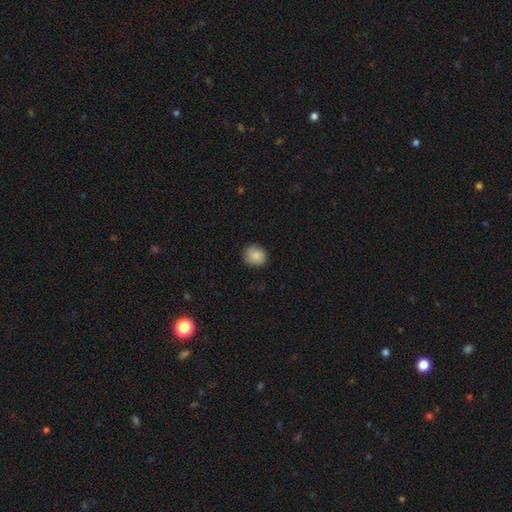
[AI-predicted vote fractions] A smooth galaxy with no disk features (87%) that is round (84%).

Vote fractions:
- Smooth or featured? smooth: 87% / star or artifact: 8% / featured or disk: 5%
- How rounded? round: 84% / in between: 15% / cigar-shaped: 1%
- Merging? none: 84% / minor disturbance: 12% / major disturbance: 3% / merger: 1%